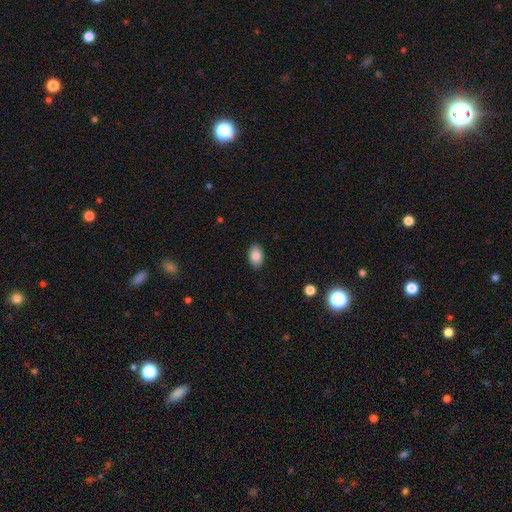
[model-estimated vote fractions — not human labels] A smooth galaxy with no disk features (87%) that is in between round and cigar-shaped (89%). Merging: none (88%).